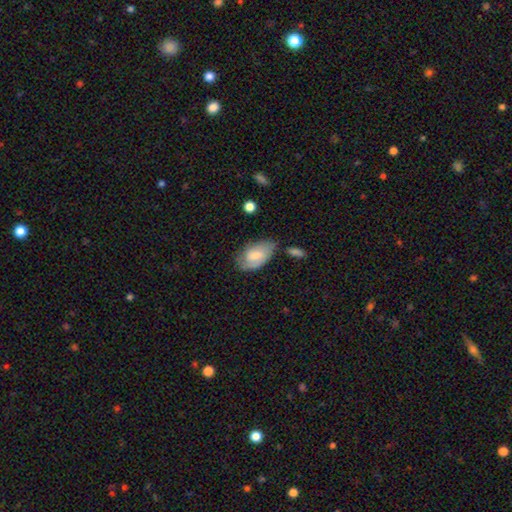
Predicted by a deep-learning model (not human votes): This appears to be a smooth galaxy with no disk features (62%) that is in between round and cigar-shaped (93%). Merging: none (55%).